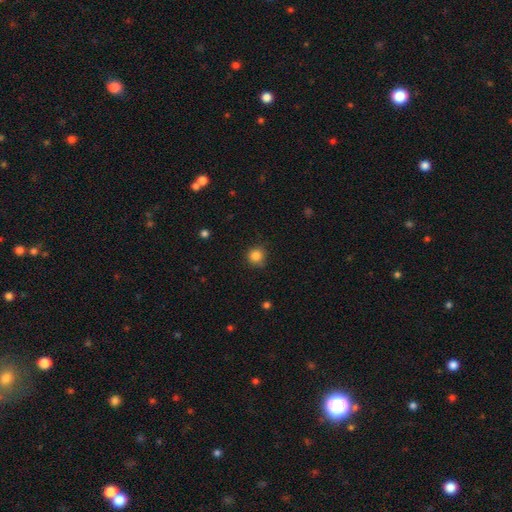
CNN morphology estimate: Smooth or featured? smooth (84%)
How rounded? round (92%)
Merging? none (79%)